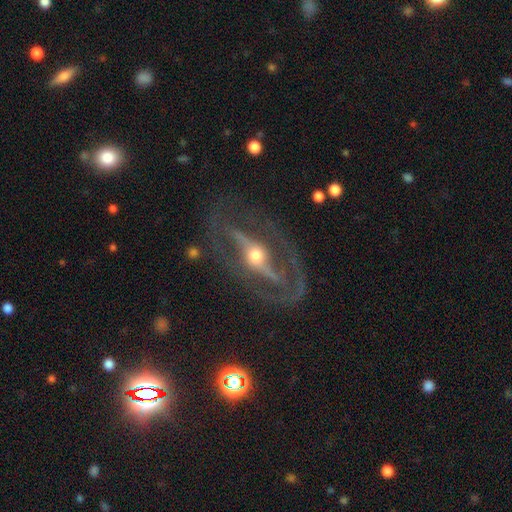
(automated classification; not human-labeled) Morphology: type=featured or disk (87%); edge-on=no (81%); bar=strong (64%); spiral arms=yes (78%); winding=medium (45%); arm count=2 (76%); bulge=moderate (65%); merging=none (68%).